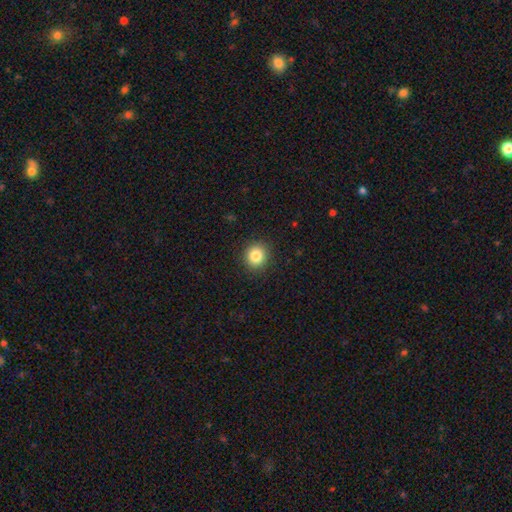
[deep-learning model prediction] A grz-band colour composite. It shows a smooth galaxy with no disk features (84%) that is round (89%). Merging: none (91%).